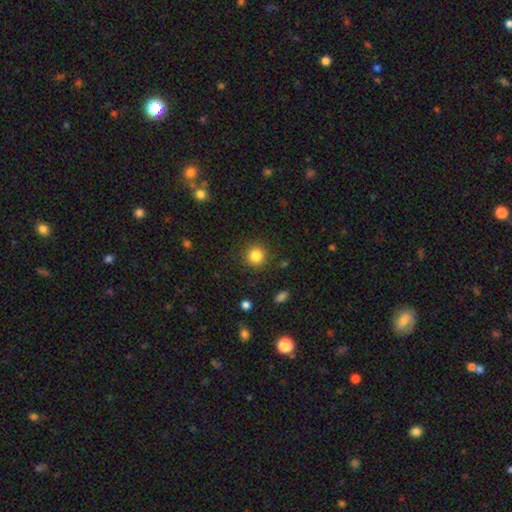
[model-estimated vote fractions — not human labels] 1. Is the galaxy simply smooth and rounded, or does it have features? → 84% smooth, 11% star or artifact, 5% featured or disk.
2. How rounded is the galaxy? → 93% round, 6% in between, 1% cigar-shaped.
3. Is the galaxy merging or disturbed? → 89% none, 7% minor disturbance, 3% major disturbance, 1% merger.